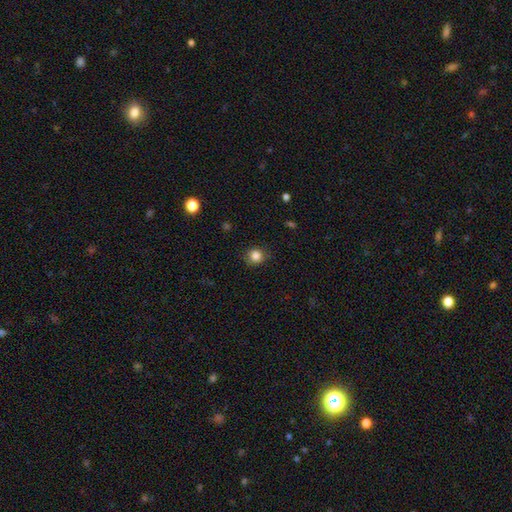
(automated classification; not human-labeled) Smooth or featured?
  - smooth: 84% *
  - star or artifact: 11%
  - featured or disk: 5%
How rounded?
  - round: 86% *
  - in between: 13%
  - cigar-shaped: 1%
Merging?
  - none: 86% *
  - minor disturbance: 11%
  - major disturbance: 3%
  - merger: 1%